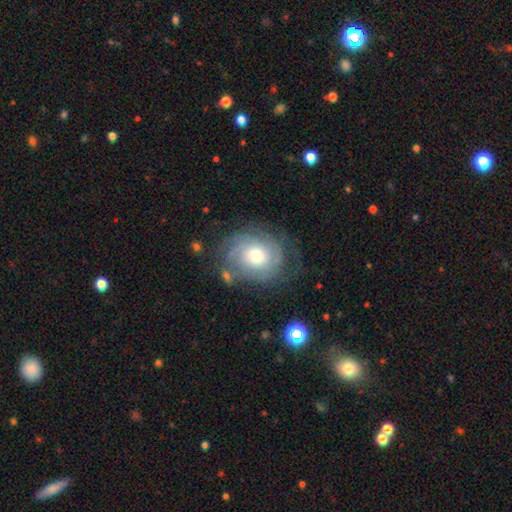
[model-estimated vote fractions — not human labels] The model was most divided on "bulge size": moderate: 55%, large: 33%, small: 8%, dominant: 3%, none: 2%. Remaining: edge-on disk — no (97%); spiral arms — yes (85%); bar — no (80%); smooth or featured — featured or disk (68%); spiral winding — tight (63%); merging — none (63%); spiral arm count — can't tell (47%).